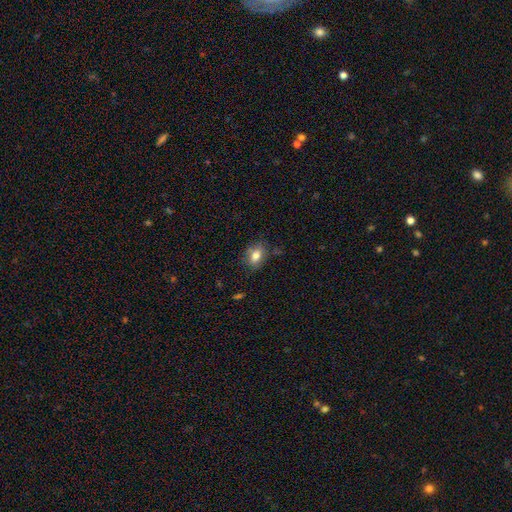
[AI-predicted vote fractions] Morphology: type=smooth (79%); roundness=in between (72%); merging=none (74%).